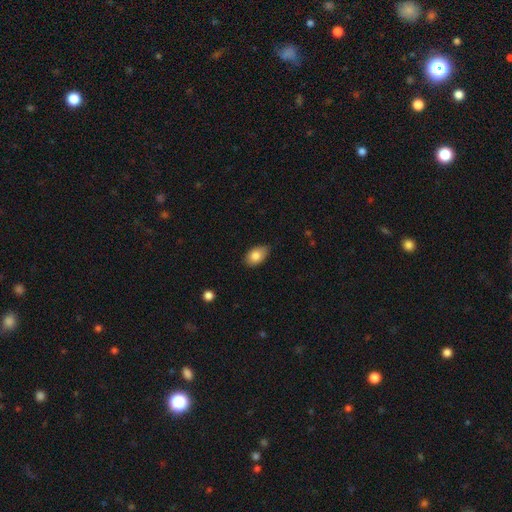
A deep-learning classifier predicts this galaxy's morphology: Overall: smooth (83%). How rounded: in between (89%). Merging: none (78%).